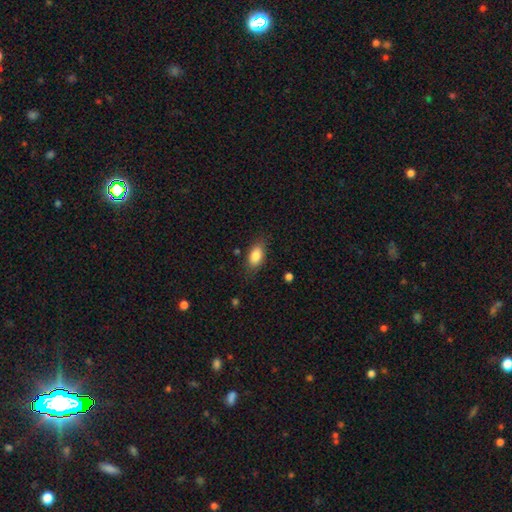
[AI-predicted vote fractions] Smooth or featured? Predicted: smooth (p=0.84). How rounded? Predicted: in between (p=0.89). Merging? Predicted: none (p=0.79).